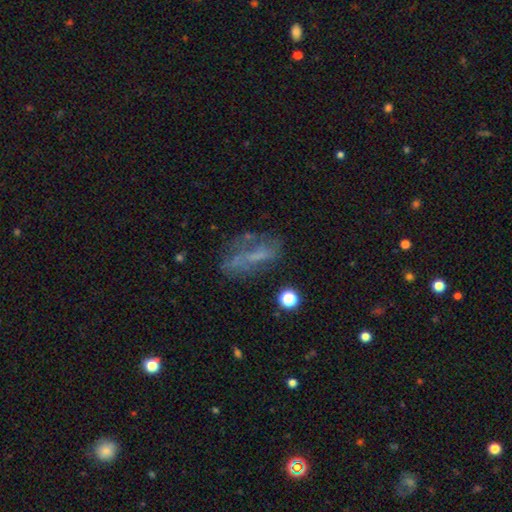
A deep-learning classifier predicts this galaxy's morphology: This appears to be a featured or disk galaxy (46%). Merging: none (47%).